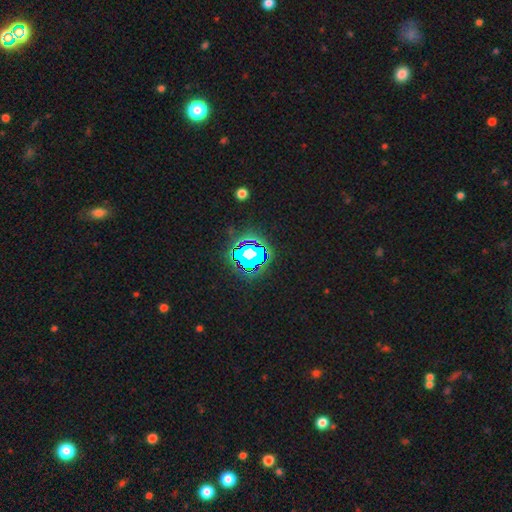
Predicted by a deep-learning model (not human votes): A star or artifact, not a galaxy (83%).

Vote fractions:
- Smooth or featured? star or artifact: 83% / smooth: 11% / featured or disk: 7%